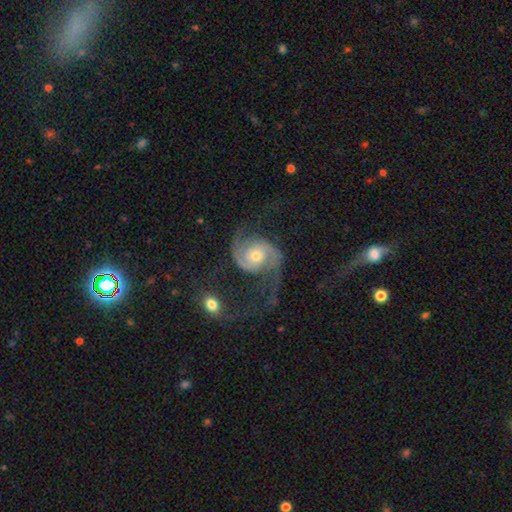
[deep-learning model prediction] Overall: featured or disk (90%). Edge-on disk: no (98%). Bar: no (70%). Spiral arms: yes (98%). Spiral arm count: 2 (92%). Spiral winding: medium (46%; loose 35%). Bulge size: moderate (57%; small 36%). Merging: none (56%; major disturbance 23%).